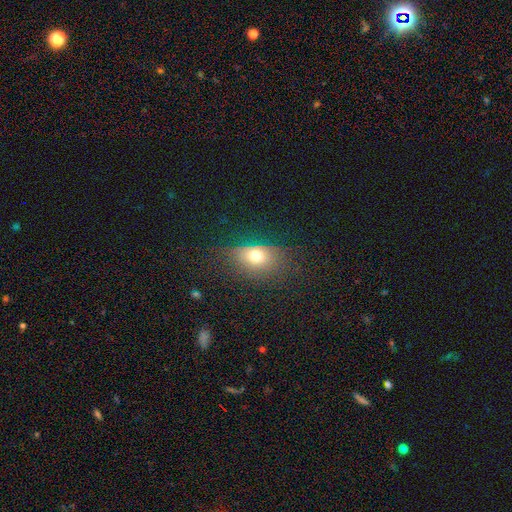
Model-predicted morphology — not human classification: Q: Smooth or featured?
A: smooth (69%); runner-up: star or artifact (16%)
Q: How rounded?
A: in between (64%); runner-up: round (34%)
Q: Merging?
A: none (66%); runner-up: minor disturbance (20%)